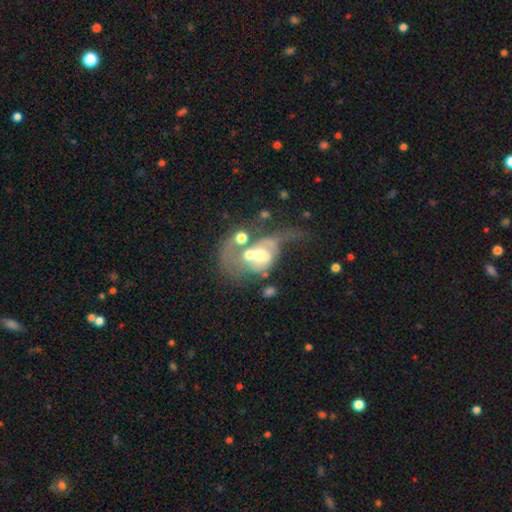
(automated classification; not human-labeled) smooth-or-featured: featured or disk: 60% | smooth: 28% | star or artifact: 12%
  disk-edge-on: no: 96% | yes: 4%
    bar: no: 71% | weak: 22% | strong: 7%
    has-spiral-arms: no: 59% | yes: 41%
    bulge-size: moderate: 53% | large: 19% | small: 15% | none: 8% | dominant: 4%
  merging: merger: 51% | major disturbance: 30% | none: 11% | minor disturbance: 8%